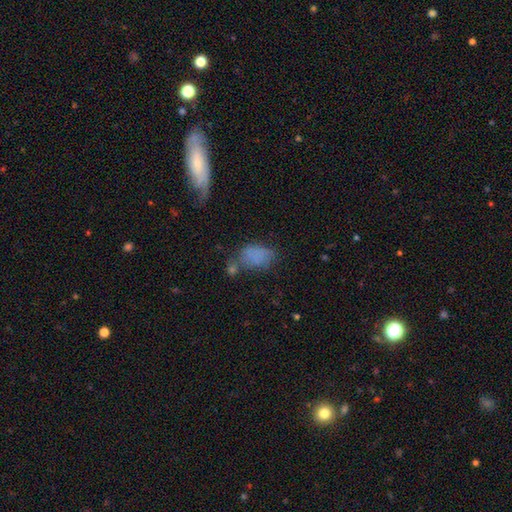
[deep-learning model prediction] Smooth or featured? smooth (72%)
How rounded? in between (87%)
Merging? none (43%)